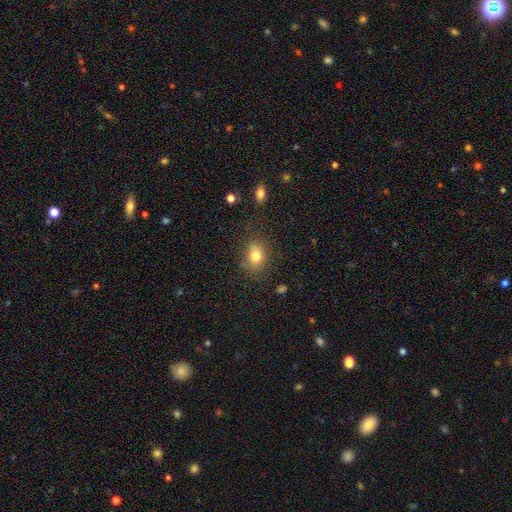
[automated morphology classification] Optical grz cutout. It shows a smooth galaxy with no disk features (78%) that is in between round and cigar-shaped (69%). Merging: none (71%).